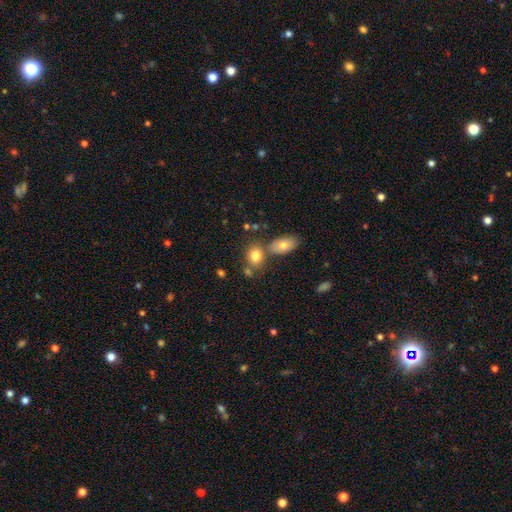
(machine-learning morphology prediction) Smooth or featured?
  - smooth: 79% *
  - featured or disk: 11%
  - star or artifact: 10%
How rounded?
  - in between: 58% *
  - round: 40%
  - cigar-shaped: 2%
Merging?
  - none: 54% *
  - merger: 30%
  - minor disturbance: 12%
  - major disturbance: 4%